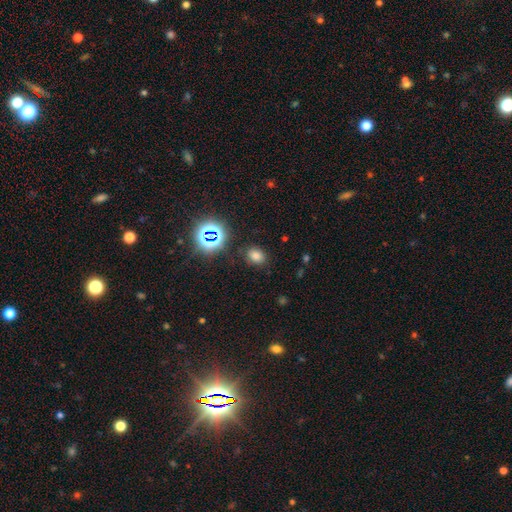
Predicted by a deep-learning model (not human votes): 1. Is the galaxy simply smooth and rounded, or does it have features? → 70% smooth, 23% star or artifact, 7% featured or disk.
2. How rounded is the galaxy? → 57% in between, 42% round, 1% cigar-shaped.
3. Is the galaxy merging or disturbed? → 83% none, 11% minor disturbance, 4% major disturbance, 2% merger.